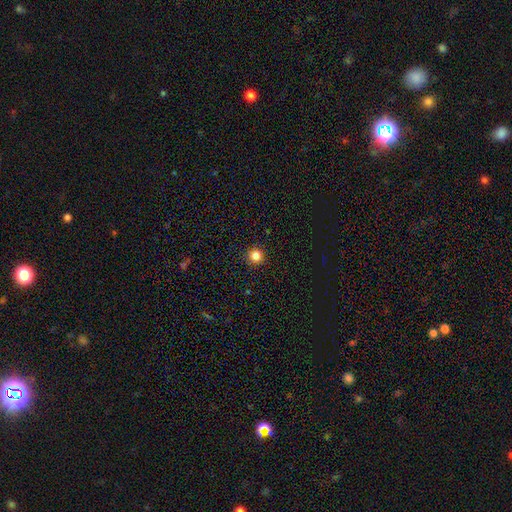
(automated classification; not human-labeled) This is clearly a smooth galaxy (84%). How rounded: clearly round (95%). Merging: clearly none (93%).